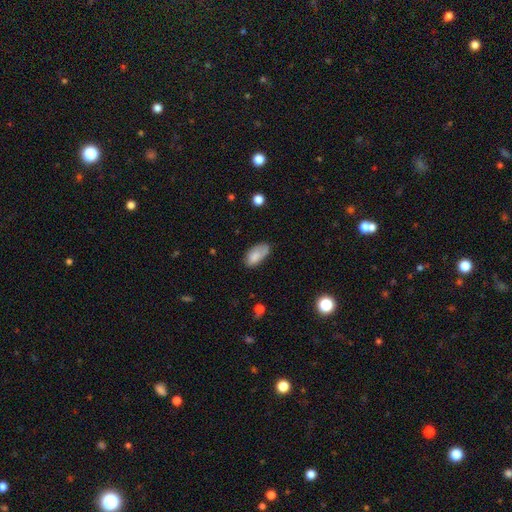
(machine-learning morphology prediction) smooth-or-featured: smooth: 79% | featured or disk: 13% | star or artifact: 8%
  how-rounded: in between: 93% | cigar-shaped: 4% | round: 3%
  merging: none: 58% | minor disturbance: 29% | major disturbance: 9% | merger: 4%